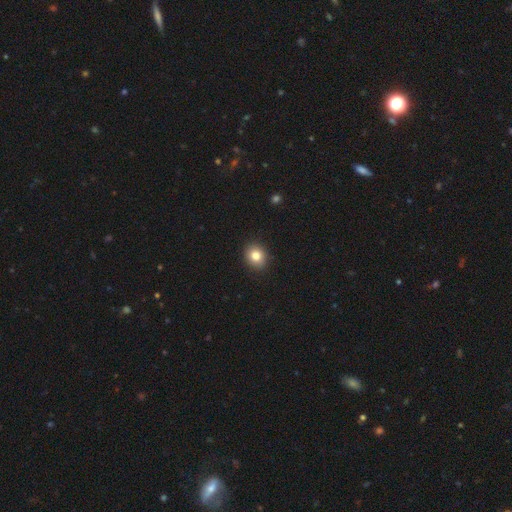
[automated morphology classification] Smooth or featured? smooth (82%)
How rounded? round (63%)
Merging? none (90%)